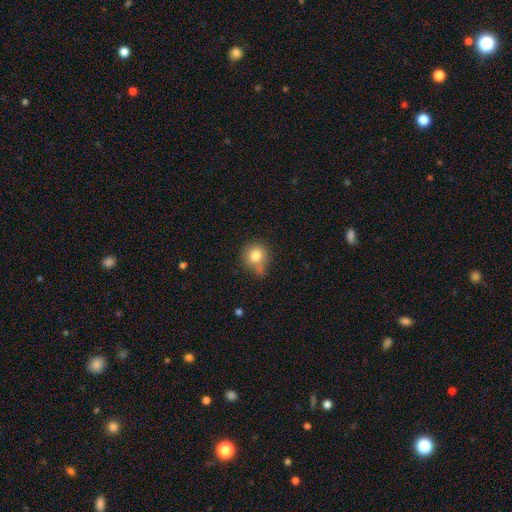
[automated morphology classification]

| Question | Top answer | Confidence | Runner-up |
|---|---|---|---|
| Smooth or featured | smooth | 80% | star or artifact (11%) |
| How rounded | round | 80% | in between (19%) |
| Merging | none | 48% | minor disturbance (30%) |